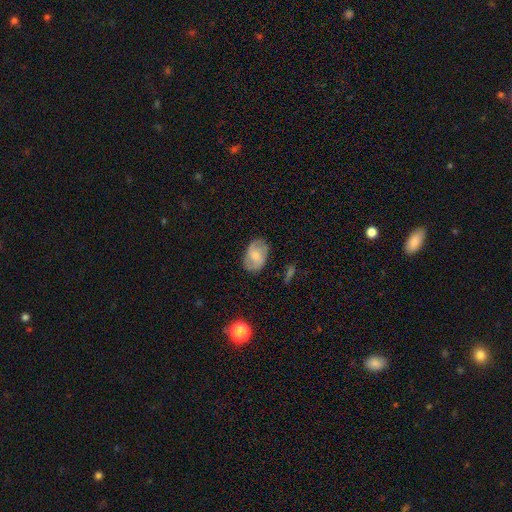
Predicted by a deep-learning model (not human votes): Smooth or featured?
  - featured or disk: 47% *
  - smooth: 46%
  - star or artifact: 7%
Merging?
  - none: 77% *
  - minor disturbance: 17%
  - major disturbance: 4%
  - merger: 2%